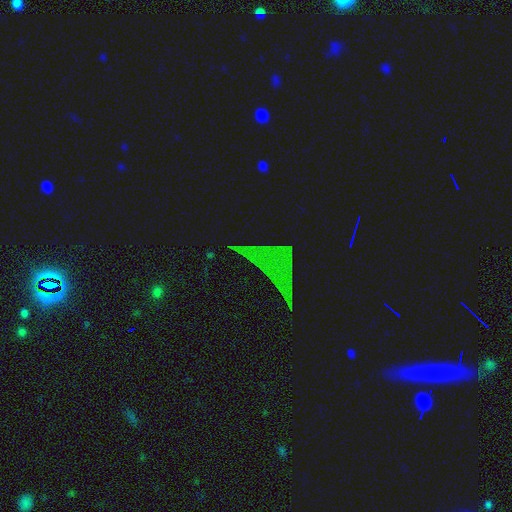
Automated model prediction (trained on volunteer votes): The model was most divided on "smooth or featured": star or artifact: 70%, smooth: 16%, featured or disk: 14%.